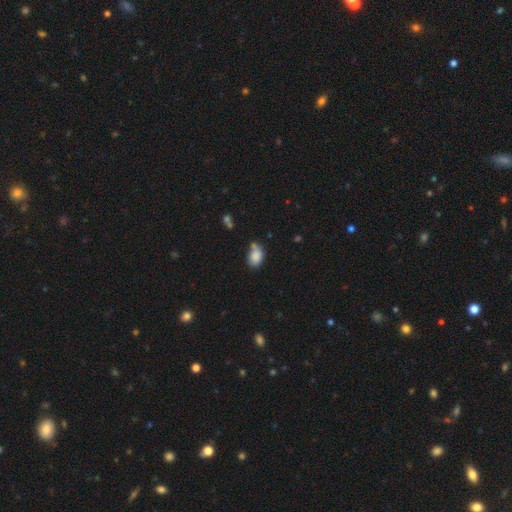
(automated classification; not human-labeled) smooth-or-featured: smooth: 85% | star or artifact: 9% | featured or disk: 6%
  how-rounded: in between: 81% | round: 18% | cigar-shaped: 1%
  merging: none: 54% | minor disturbance: 23% | merger: 16% | major disturbance: 6%